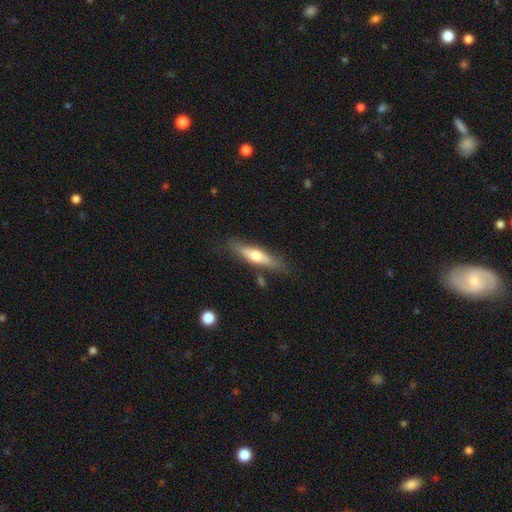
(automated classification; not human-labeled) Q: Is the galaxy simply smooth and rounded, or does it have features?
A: smooth — 50%.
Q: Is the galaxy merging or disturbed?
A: none — 78%.